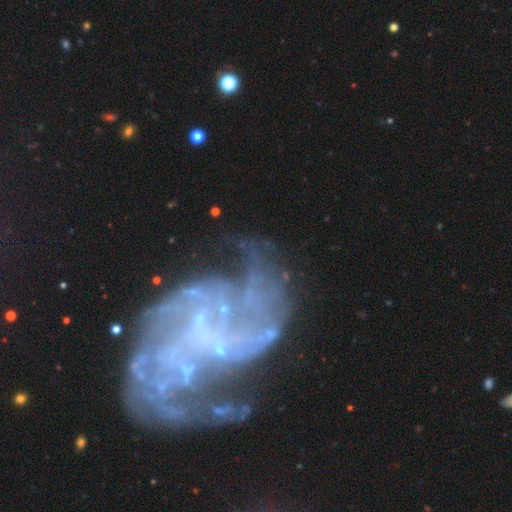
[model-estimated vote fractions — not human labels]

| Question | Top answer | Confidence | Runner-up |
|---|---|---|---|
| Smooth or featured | featured or disk | 76% | star or artifact (14%) |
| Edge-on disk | no | 97% | yes (3%) |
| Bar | no | 60% | weak (27%) |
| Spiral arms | yes | 69% | no (31%) |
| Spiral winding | loose | 50% | medium (31%) |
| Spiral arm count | can't tell | 33% | 2 (28%) |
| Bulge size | none | 59% | small (31%) |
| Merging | none | 39% | major disturbance (35%) |